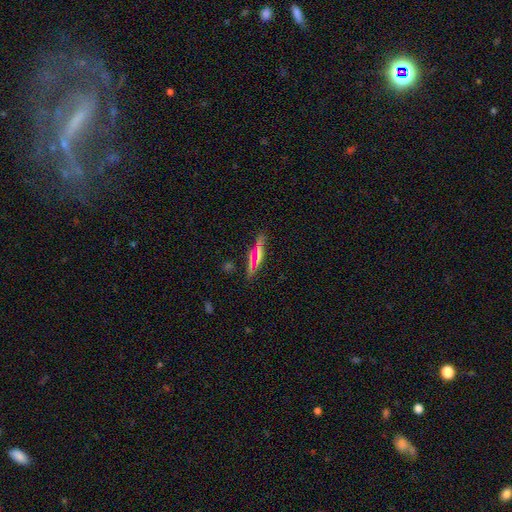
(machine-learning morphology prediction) smooth-or-featured: smooth: 58% | featured or disk: 24% | star or artifact: 18%
  how-rounded: cigar-shaped: 59% | in between: 34% | round: 6%
  merging: none: 81% | minor disturbance: 13% | major disturbance: 4% | merger: 3%